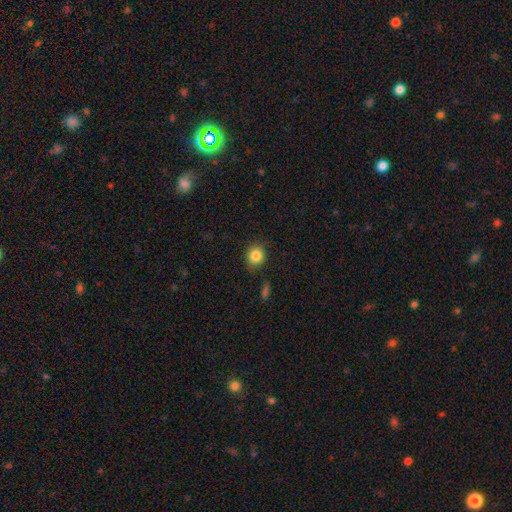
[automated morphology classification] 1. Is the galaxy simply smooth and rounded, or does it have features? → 84% smooth, 10% star or artifact, 5% featured or disk.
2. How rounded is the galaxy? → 75% round, 24% in between, 1% cigar-shaped.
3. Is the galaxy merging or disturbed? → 83% none, 12% minor disturbance, 3% major disturbance, 2% merger.